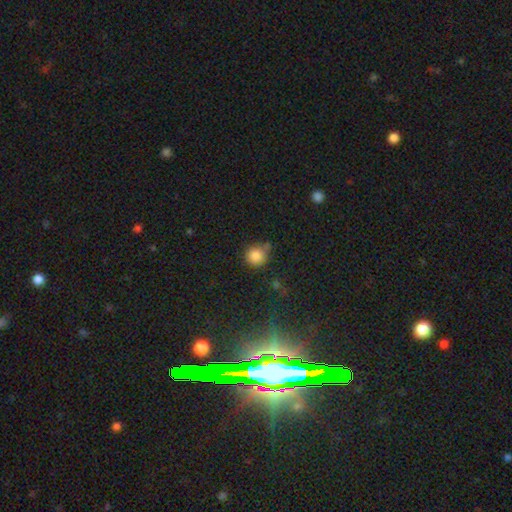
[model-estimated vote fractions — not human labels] Smooth or featured? Predicted: smooth (p=0.82). How rounded? Predicted: round (p=0.91). Merging? Predicted: none (p=0.58).